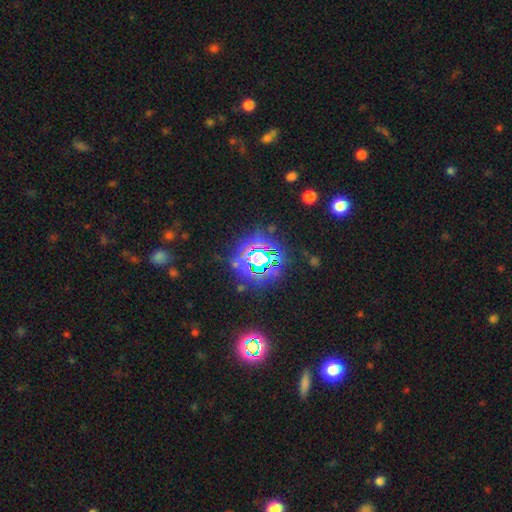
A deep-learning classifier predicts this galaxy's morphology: A star or artifact, not a galaxy (76%).